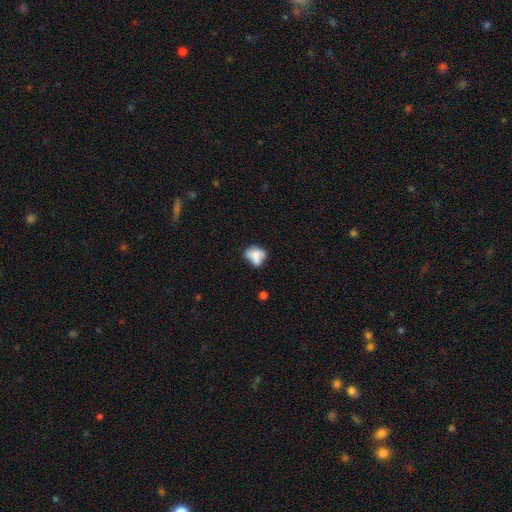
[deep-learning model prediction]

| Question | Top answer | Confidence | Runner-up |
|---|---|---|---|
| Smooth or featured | smooth | 63% | featured or disk (27%) |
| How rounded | in between | 66% | round (32%) |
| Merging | none | 36% | merger (24%) |